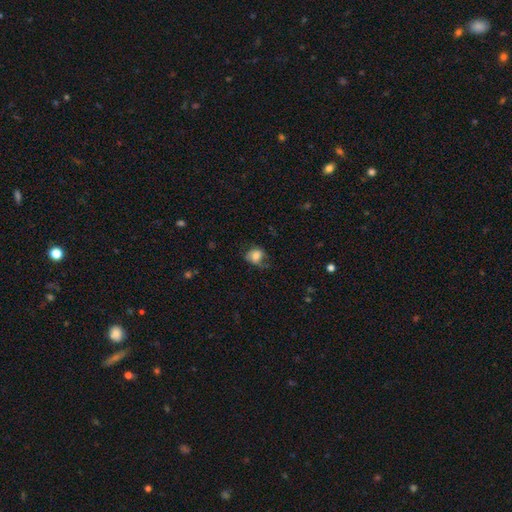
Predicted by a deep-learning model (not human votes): Morphology: type=smooth (68%); roundness=round (53%); merging=none (48%).